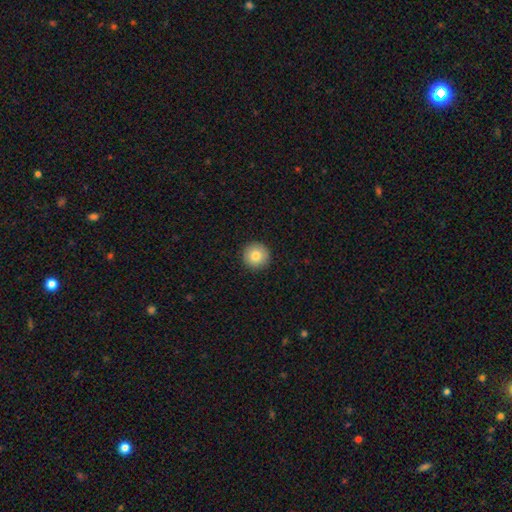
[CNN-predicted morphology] The model was most divided on "smooth or featured": smooth: 82%, featured or disk: 9%, star or artifact: 9%. More confident: how rounded — round (96%); merging — none (93%).